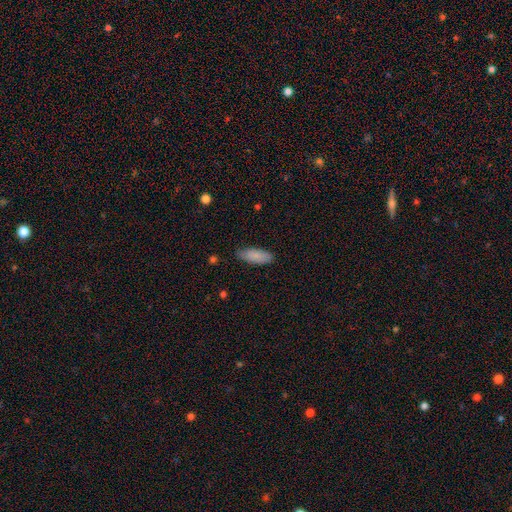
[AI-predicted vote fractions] Overall: smooth (87%). How rounded: in between (74%). Merging: none (82%).